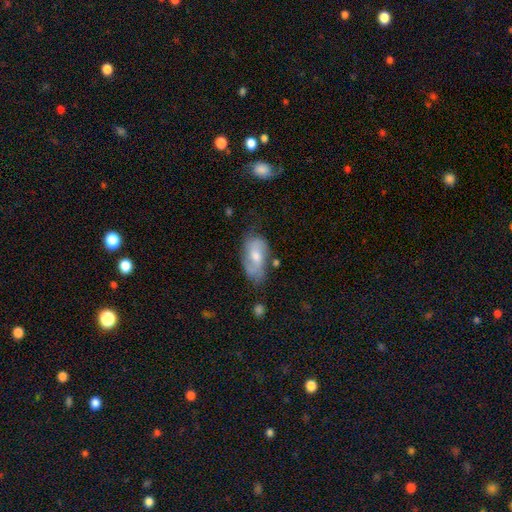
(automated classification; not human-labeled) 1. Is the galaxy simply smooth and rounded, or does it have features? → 60% featured or disk, 33% smooth, 8% star or artifact.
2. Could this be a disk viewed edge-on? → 93% no, 7% yes.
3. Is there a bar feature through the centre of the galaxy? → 59% no, 34% weak, 7% strong.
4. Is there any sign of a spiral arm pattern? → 84% yes, 16% no.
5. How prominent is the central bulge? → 61% moderate, 31% small, 4% large, 3% none, 1% dominant.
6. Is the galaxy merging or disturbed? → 59% none, 28% minor disturbance, 10% major disturbance, 4% merger.